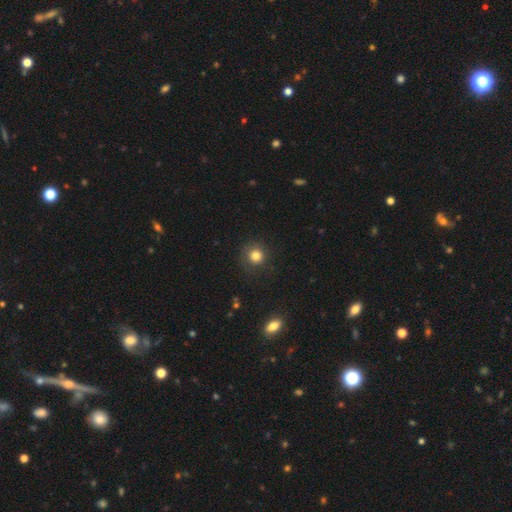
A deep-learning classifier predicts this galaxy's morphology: smooth 82%, star or artifact 11%, featured or disk 7%. Down the decision tree: how rounded — round (90%); merging — none (82%).